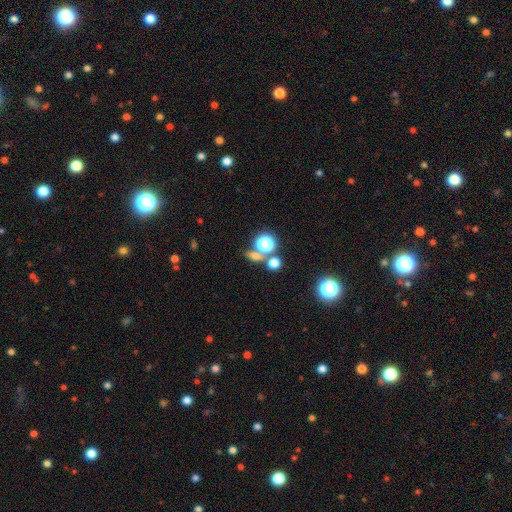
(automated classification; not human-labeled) Smooth or featured? smooth (56%)
How rounded? round (58%)
Merging? none (62%)